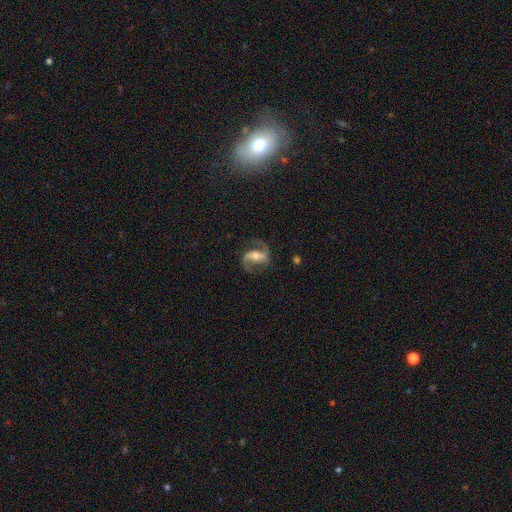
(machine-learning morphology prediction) Smooth or featured?
  - featured or disk: 88% *
  - smooth: 6%
  - star or artifact: 6%
Edge-on disk?
  - no: 97% *
  - yes: 3%
Bar?
  - strong: 41% *
  - weak: 37%
  - no: 22%
Spiral arms?
  - yes: 97% *
  - no: 3%
Spiral winding?
  - medium: 47% *
  - loose: 43%
  - tight: 10%
Spiral arm count?
  - 2: 93% *
  - 1: 2%
  - can't tell: 2%
  - 3: 1%
  - 4: 1%
  - more than 4: 1%
Bulge size?
  - moderate: 57% *
  - small: 33%
  - large: 6%
  - none: 3%
  - dominant: 1%
Merging?
  - none: 78% *
  - minor disturbance: 12%
  - major disturbance: 8%
  - merger: 1%